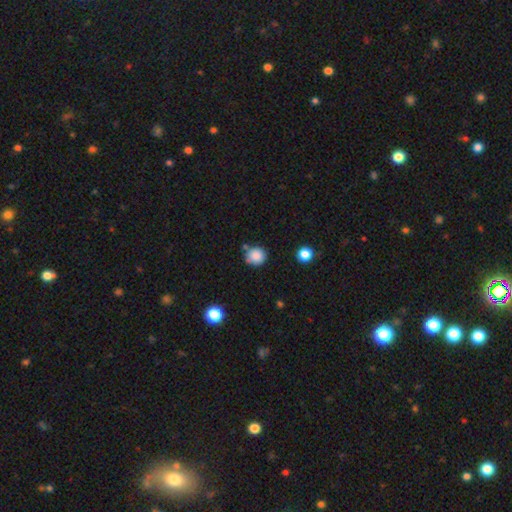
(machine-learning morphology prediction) smooth 86%, star or artifact 10%, featured or disk 4%. Down the decision tree: how rounded — round (90%); merging — none (76%).